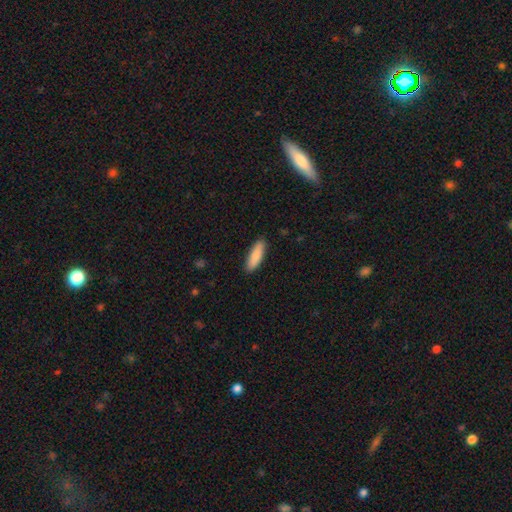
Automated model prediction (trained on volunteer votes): Smooth or featured?
  - smooth: 85% *
  - featured or disk: 10%
  - star or artifact: 5%
How rounded?
  - cigar-shaped: 52% *
  - in between: 47%
  - round: 2%
Merging?
  - none: 89% *
  - minor disturbance: 8%
  - major disturbance: 2%
  - merger: 1%